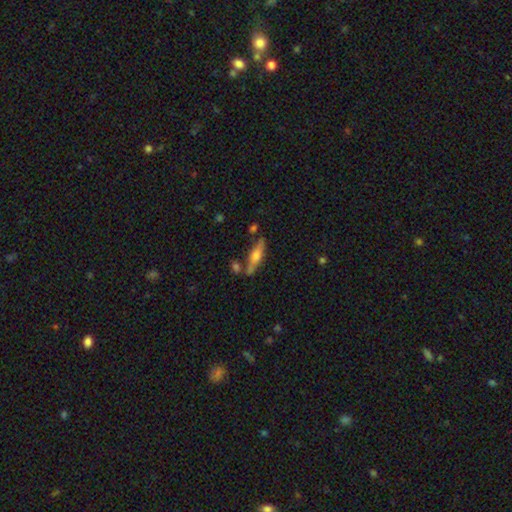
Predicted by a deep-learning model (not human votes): This appears to be a featured or disk galaxy (58%) viewed edge-on (93%) with a rounded central bulge (85%). Merging: none (73%).